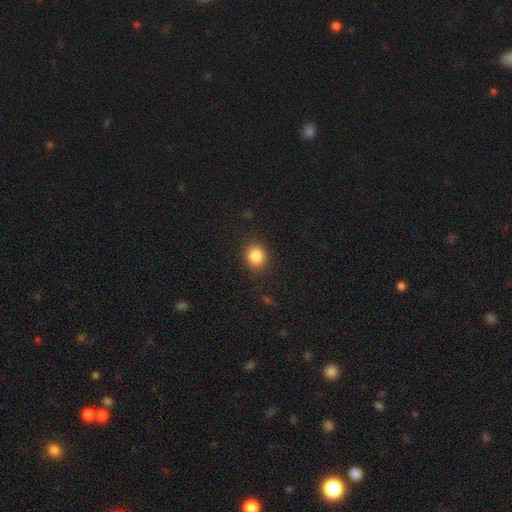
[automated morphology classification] Smooth or featured: smooth — 85% (star or artifact — 10%)
How rounded: round — 67% (in between — 32%)
Merging: none — 88% (minor disturbance — 8%)